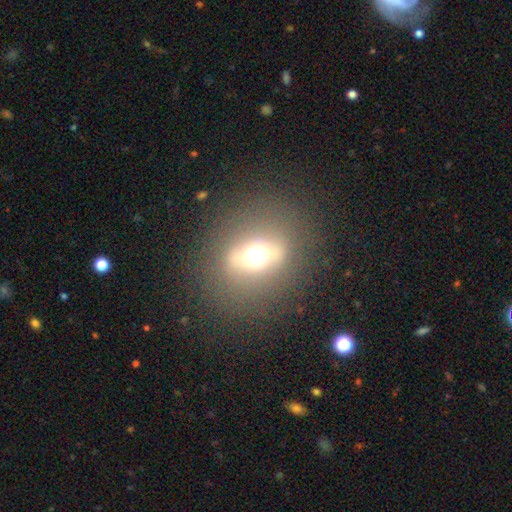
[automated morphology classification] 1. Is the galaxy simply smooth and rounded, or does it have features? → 43% featured or disk, 42% smooth, 15% star or artifact.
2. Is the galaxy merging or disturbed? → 82% none, 10% minor disturbance, 7% major disturbance, 1% merger.